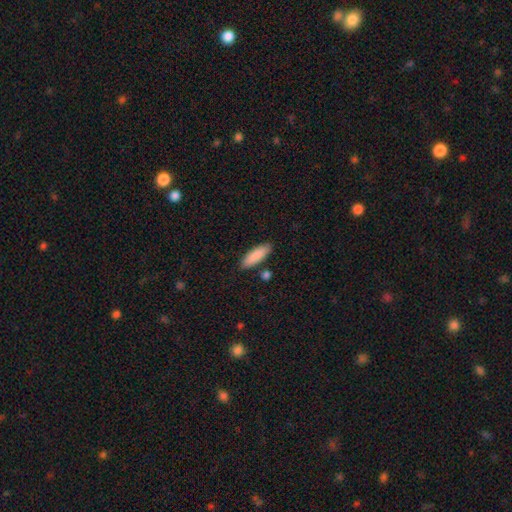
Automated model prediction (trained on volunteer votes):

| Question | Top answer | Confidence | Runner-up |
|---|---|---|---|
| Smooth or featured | smooth | 88% | featured or disk (7%) |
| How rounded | in between | 51% | cigar-shaped (47%) |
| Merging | none | 84% | minor disturbance (10%) |